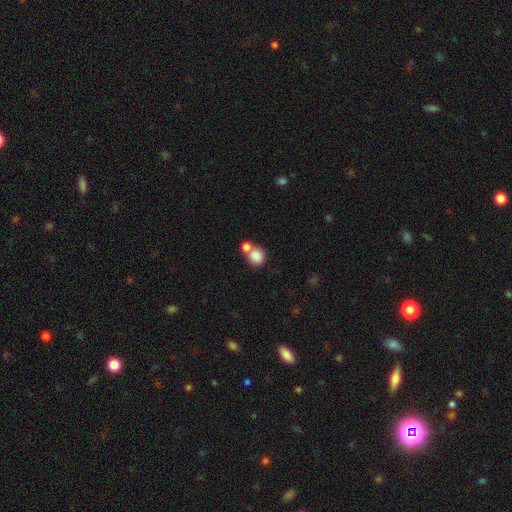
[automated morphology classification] Q: Smooth or featured?
A: smooth (84%); runner-up: star or artifact (9%)
Q: How rounded?
A: round (86%); runner-up: in between (13%)
Q: Merging?
A: merger (46%); runner-up: none (43%)